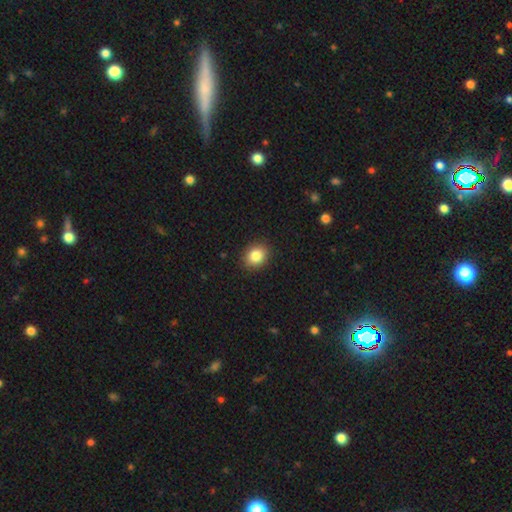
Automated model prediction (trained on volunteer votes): Morphology: type=smooth (85%); roundness=round (51%); merging=none (89%).